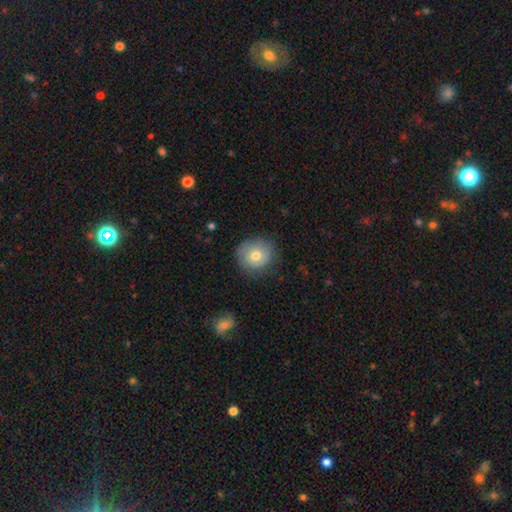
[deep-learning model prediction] Overall: smooth (68%). How rounded: round (84%). Merging: none (76%).